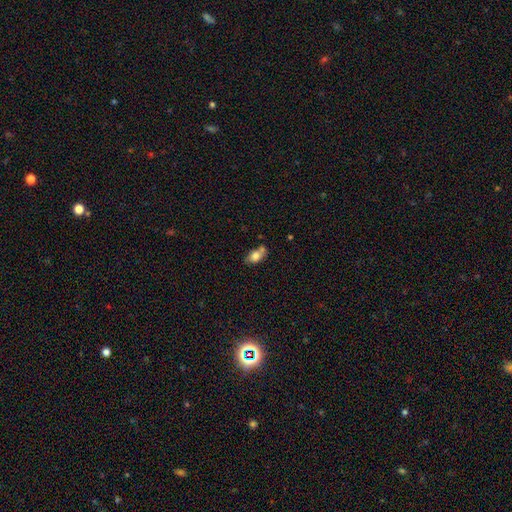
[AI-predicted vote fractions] Overall: smooth (77%). How rounded: in between (84%). Merging: none (48%; merger 23%).